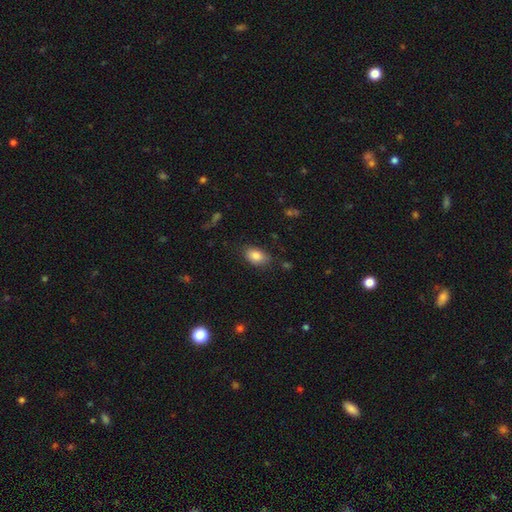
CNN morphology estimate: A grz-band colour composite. It shows a smooth galaxy with no disk features (85%) that is in between round and cigar-shaped (87%). Merging: none (77%).